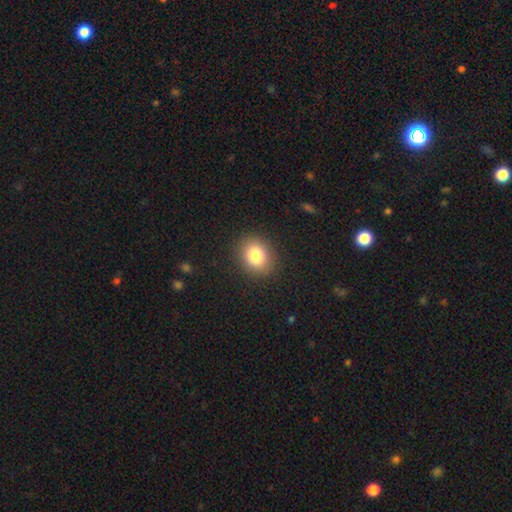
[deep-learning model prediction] Smooth or featured: smooth — 83% (star or artifact — 10%)
How rounded: round — 59% (in between — 40%)
Merging: none — 89% (minor disturbance — 7%)